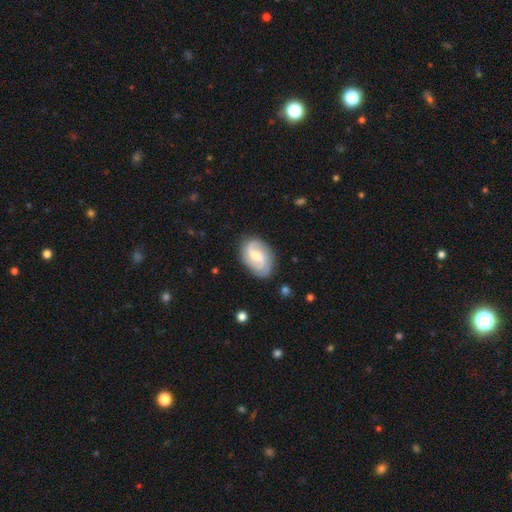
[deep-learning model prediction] This is clearly a featured or disk galaxy (80%). It is clearly not viewed edge-on (97%). Bar: possibly weak (54%). Spiral arm pattern: clearly yes (96%). Spiral arm count: likely 2 (74%). Spiral winding: possibly medium (47%). Central bulge: possibly moderate (56%). Merging: likely none (80%).